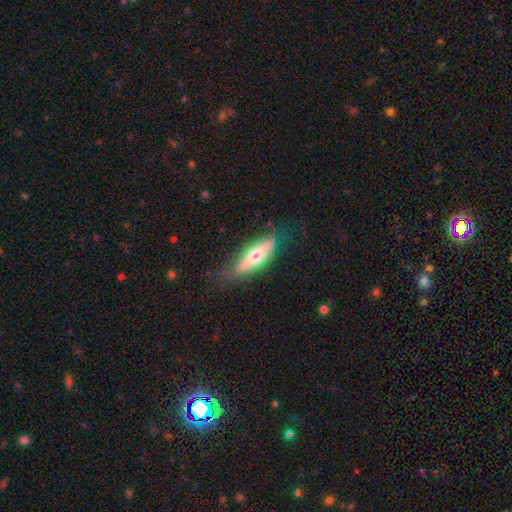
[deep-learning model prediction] Q: Smooth or featured?
A: smooth (56%); runner-up: featured or disk (38%)
Q: How rounded?
A: in between (60%); runner-up: cigar-shaped (37%)
Q: Merging?
A: none (65%); runner-up: minor disturbance (25%)